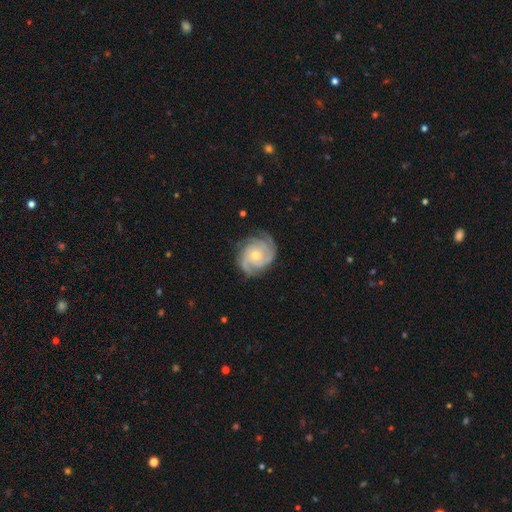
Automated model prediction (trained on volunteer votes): Morphology: type=featured or disk (86%); edge-on=no (98%); bar=no (70%); spiral arms=yes (97%); winding=tight (61%); arm count=3 (34%); bulge=small (51%); merging=none (75%).